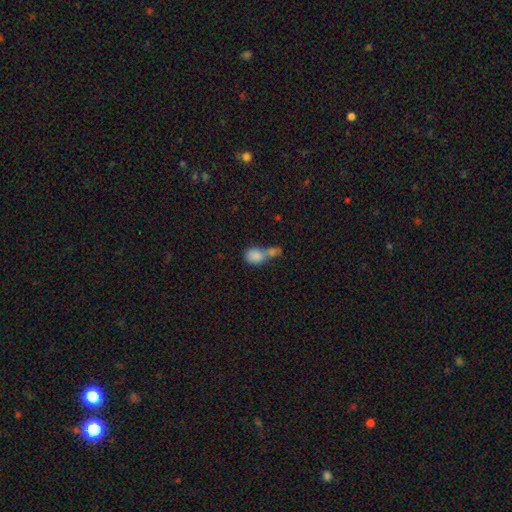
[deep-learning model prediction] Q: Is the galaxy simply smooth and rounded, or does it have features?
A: smooth — 80%.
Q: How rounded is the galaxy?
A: in between — 53%.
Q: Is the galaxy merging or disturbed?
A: merger — 68%.